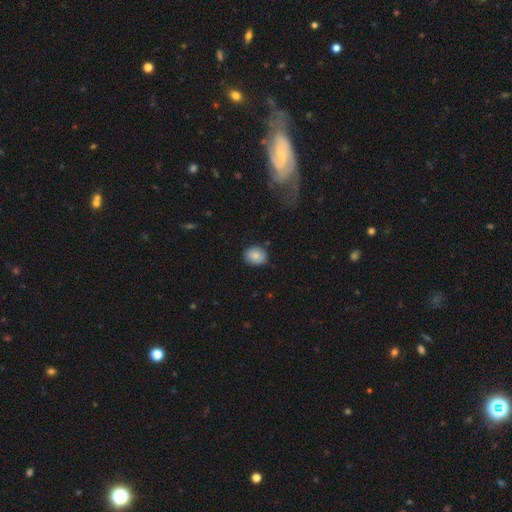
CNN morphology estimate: smooth 84%, featured or disk 9%, star or artifact 8%. Down the decision tree: how rounded — round (53%); merging — none (82%).